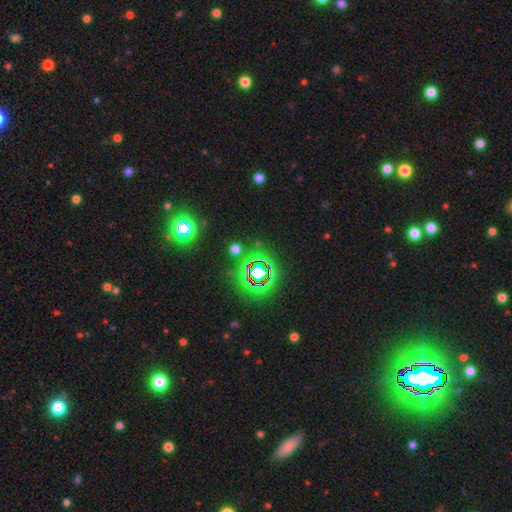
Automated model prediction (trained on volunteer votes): Smooth or featured? star or artifact (66%)